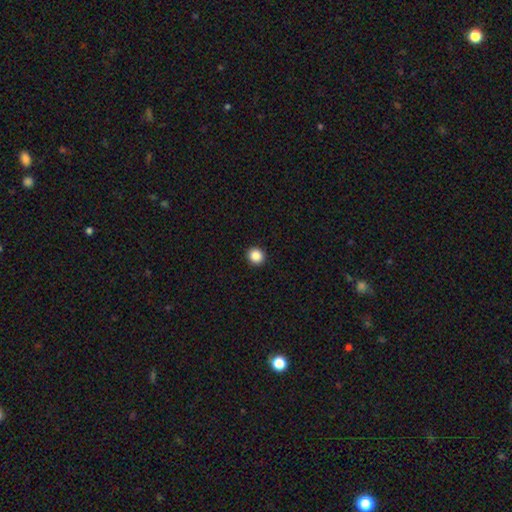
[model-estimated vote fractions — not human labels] A smooth galaxy with no disk features (87%) that is round (90%).

Vote fractions:
- Smooth or featured? smooth: 87% / star or artifact: 10% / featured or disk: 3%
- How rounded? round: 90% / in between: 9% / cigar-shaped: 1%
- Merging? none: 93% / minor disturbance: 4% / major disturbance: 2% / merger: 1%